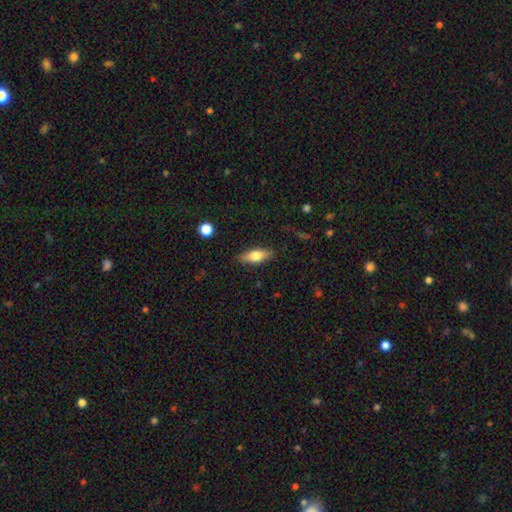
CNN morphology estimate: This appears to be a smooth galaxy with no disk features (61%) that is in between round and cigar-shaped (60%). Merging: none (84%).